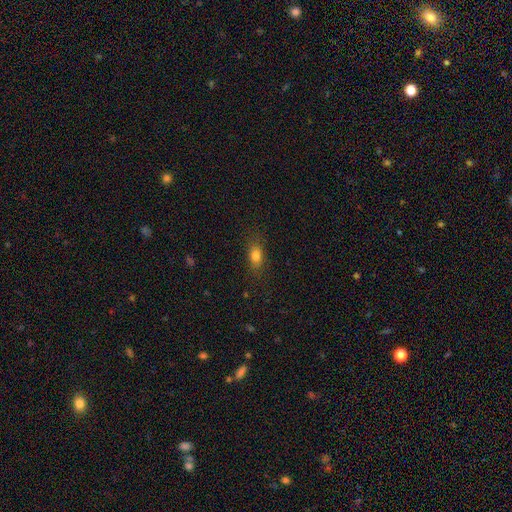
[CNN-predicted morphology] Overall: smooth (80%). How rounded: in between (77%). Merging: none (80%).